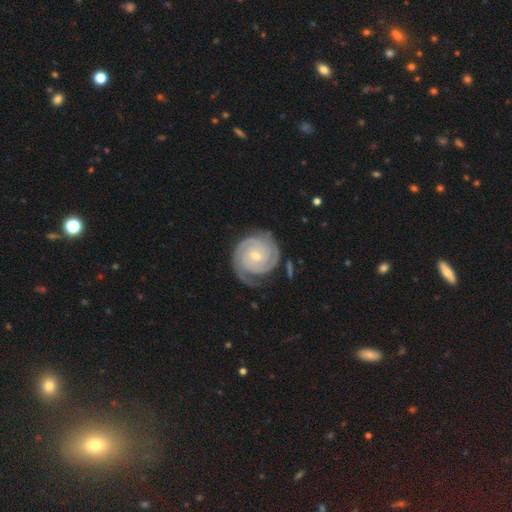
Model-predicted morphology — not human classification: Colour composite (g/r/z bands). It shows a featured or disk galaxy (90%) with no bar (60%), 2 (56%) tight (82%) spiral arms (98%) and a small central bulge (66%). Merging: none (74%).